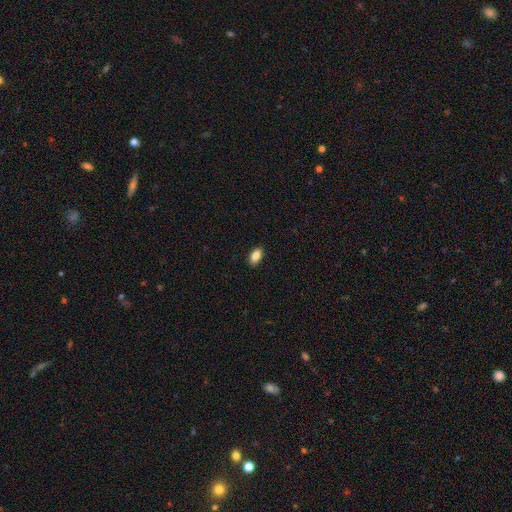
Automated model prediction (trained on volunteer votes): A smooth galaxy with no disk features (86%) that is in between round and cigar-shaped (91%). Merging: none (89%).